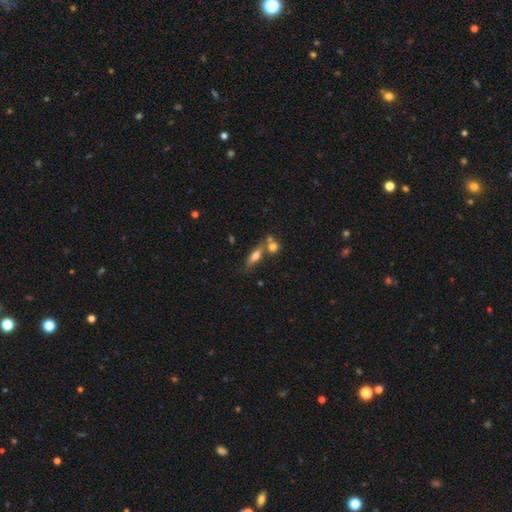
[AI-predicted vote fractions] smooth 62%, featured or disk 29%, star or artifact 9%. Down the decision tree: how rounded — in between (54%); merging — none (51%).